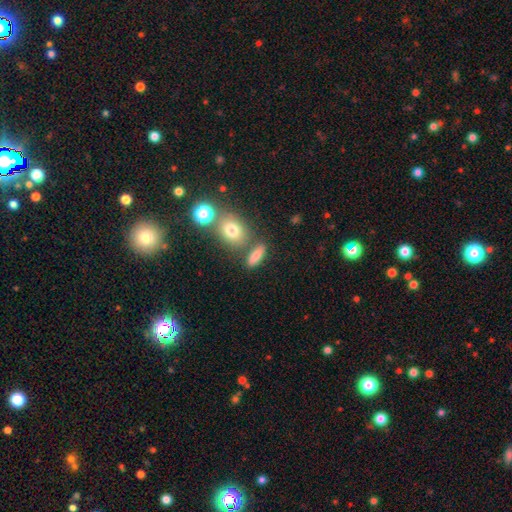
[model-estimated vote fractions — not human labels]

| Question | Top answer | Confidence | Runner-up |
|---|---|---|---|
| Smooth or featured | smooth | 78% | star or artifact (12%) |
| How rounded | in between | 54% | cigar-shaped (32%) |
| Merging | none | 68% | merger (14%) |